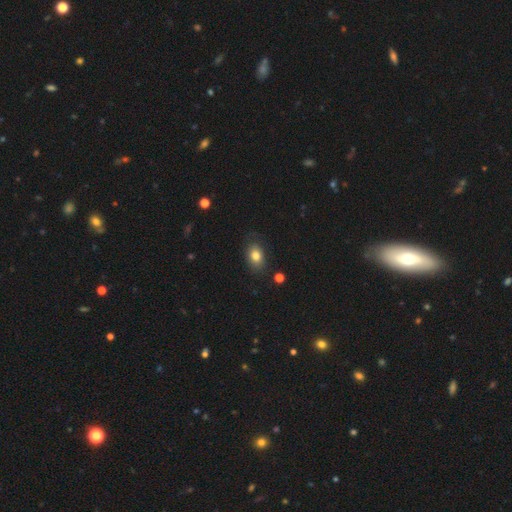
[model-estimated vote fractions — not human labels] Smooth or featured? Predicted: smooth (p=0.81). How rounded? Predicted: in between (p=0.79). Merging? Predicted: none (p=0.80).